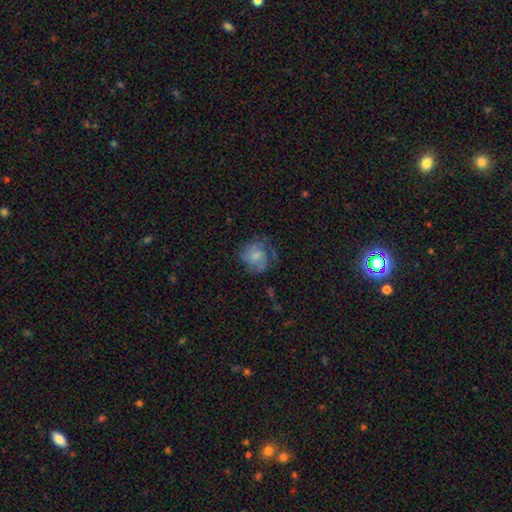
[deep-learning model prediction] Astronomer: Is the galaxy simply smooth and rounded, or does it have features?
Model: smooth — 53% (runner-up: featured or disk, 38%).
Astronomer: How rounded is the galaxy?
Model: round — 73%.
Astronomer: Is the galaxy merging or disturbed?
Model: none — 51% (runner-up: minor disturbance, 26%).